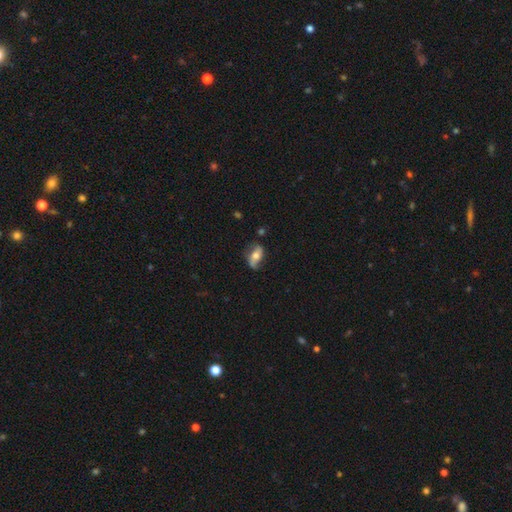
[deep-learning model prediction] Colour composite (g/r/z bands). It shows a smooth galaxy with no disk features (51%) that is in between round and cigar-shaped (85%). Merging: none (64%).